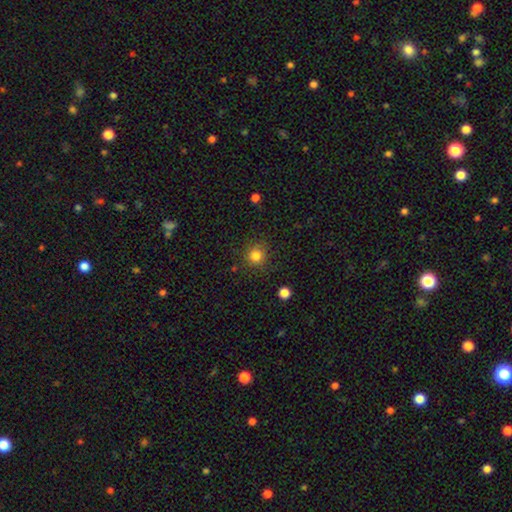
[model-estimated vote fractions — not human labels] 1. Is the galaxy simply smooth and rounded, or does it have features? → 82% smooth, 12% star or artifact, 5% featured or disk.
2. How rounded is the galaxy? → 91% round, 8% in between, 1% cigar-shaped.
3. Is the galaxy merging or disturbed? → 85% none, 10% minor disturbance, 3% major disturbance, 2% merger.